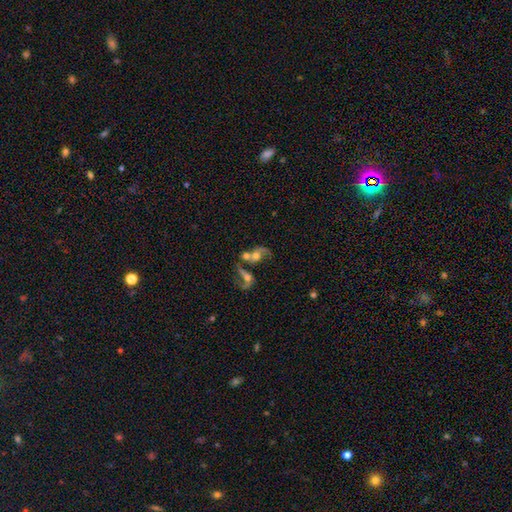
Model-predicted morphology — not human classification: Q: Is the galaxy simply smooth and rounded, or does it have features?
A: featured or disk — 58%.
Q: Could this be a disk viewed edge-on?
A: no — 96%.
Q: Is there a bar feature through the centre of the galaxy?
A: no — 70%.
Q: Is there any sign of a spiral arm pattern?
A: yes — 70%.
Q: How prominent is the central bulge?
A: moderate — 46%.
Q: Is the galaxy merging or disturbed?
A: merger — 66%.